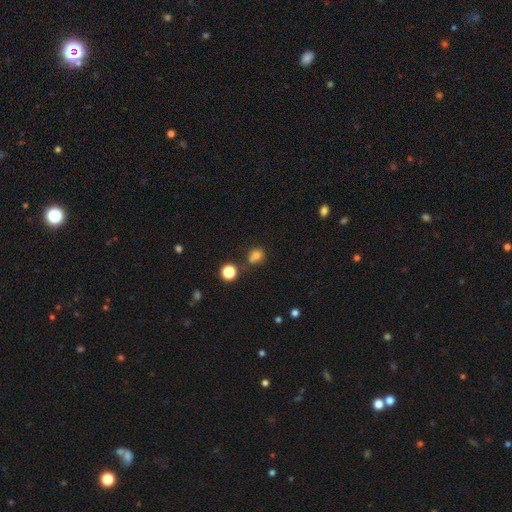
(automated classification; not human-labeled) The model was most divided on "merging": none: 57%, merger: 25%, minor disturbance: 14%, major disturbance: 5%. More confident: how rounded — round (77%); smooth or featured — smooth (76%).